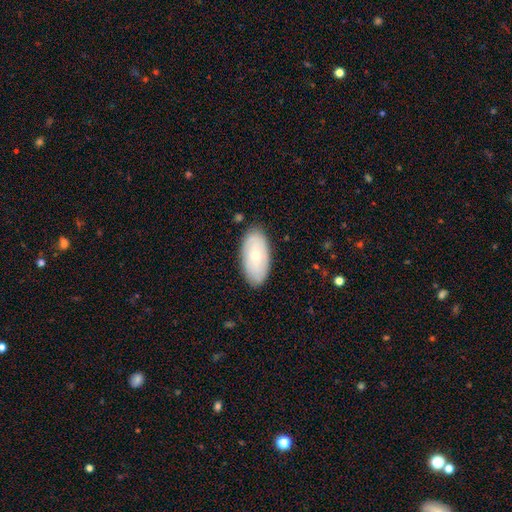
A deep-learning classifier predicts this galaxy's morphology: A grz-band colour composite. It shows a smooth galaxy with no disk features (63%) that is in between round and cigar-shaped (94%). Merging: none (84%).